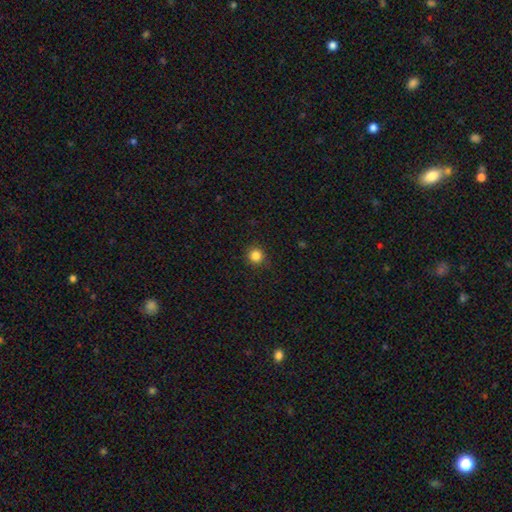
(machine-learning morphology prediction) Smooth or featured?
  - smooth: 85% *
  - star or artifact: 12%
  - featured or disk: 4%
How rounded?
  - round: 95% *
  - in between: 4%
  - cigar-shaped: 1%
Merging?
  - none: 91% *
  - minor disturbance: 6%
  - major disturbance: 2%
  - merger: 1%